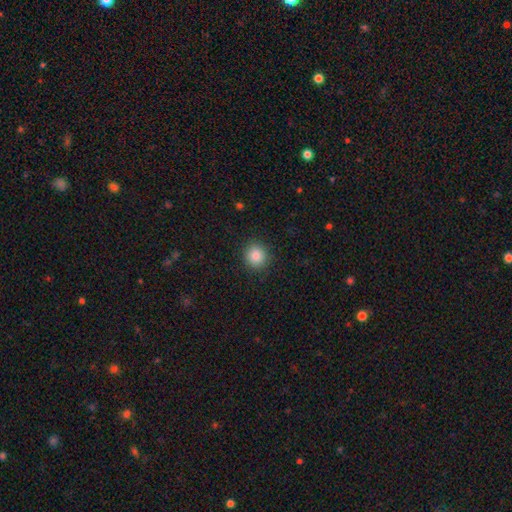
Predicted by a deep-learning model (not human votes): Morphology: type=smooth (87%); roundness=round (89%); merging=none (90%).